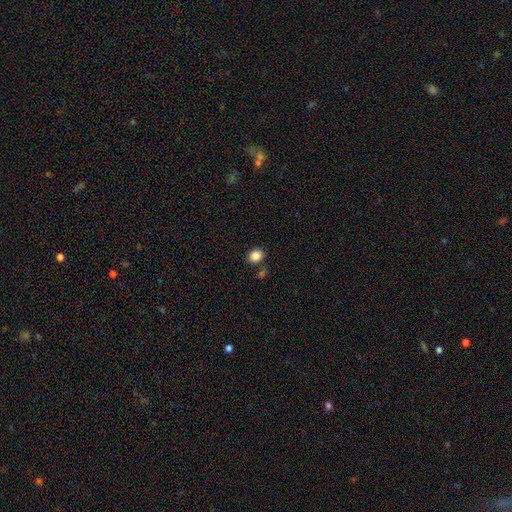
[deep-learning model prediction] The model was most divided on "how rounded": round: 59%, in between: 40%, cigar-shaped: 1%. More confident: smooth or featured — smooth (86%); merging — none (79%).